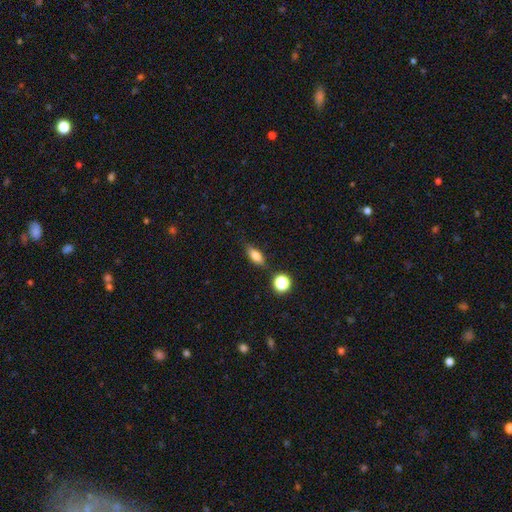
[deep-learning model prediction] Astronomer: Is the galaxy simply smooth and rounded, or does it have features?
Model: smooth — 73%.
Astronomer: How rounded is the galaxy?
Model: in between — 69%.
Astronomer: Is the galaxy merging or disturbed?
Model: none — 78%.